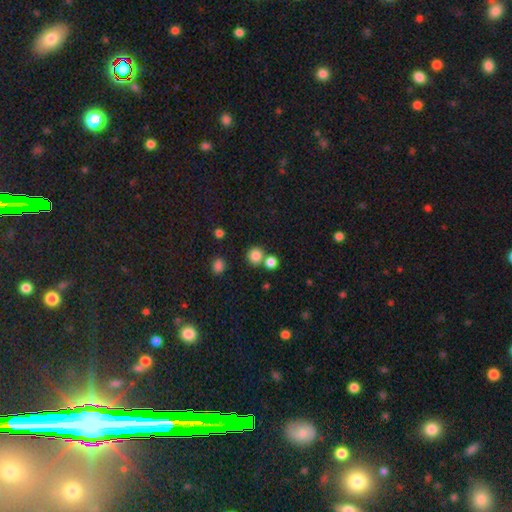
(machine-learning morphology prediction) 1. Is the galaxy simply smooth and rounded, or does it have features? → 82% smooth, 13% star or artifact, 5% featured or disk.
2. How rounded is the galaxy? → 90% round, 9% in between, 1% cigar-shaped.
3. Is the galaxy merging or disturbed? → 67% none, 23% merger, 7% minor disturbance, 3% major disturbance.